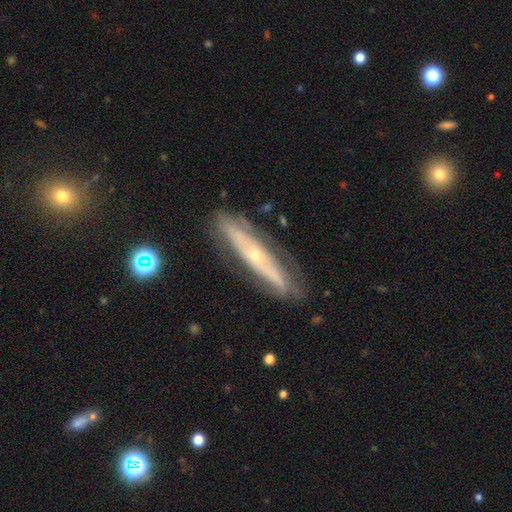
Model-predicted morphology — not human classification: The model was most divided on "edge-on disk": no: 52%, yes: 48%. More confident: merging — none (76%); smooth or featured — featured or disk (73%).